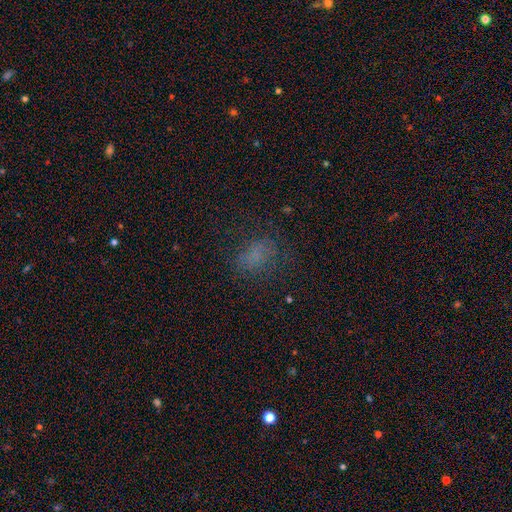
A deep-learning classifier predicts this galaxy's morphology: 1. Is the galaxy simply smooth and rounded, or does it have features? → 64% smooth, 22% star or artifact, 14% featured or disk.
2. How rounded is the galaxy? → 74% in between, 24% round, 2% cigar-shaped.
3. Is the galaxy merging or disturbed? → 66% none, 18% minor disturbance, 14% major disturbance, 2% merger.